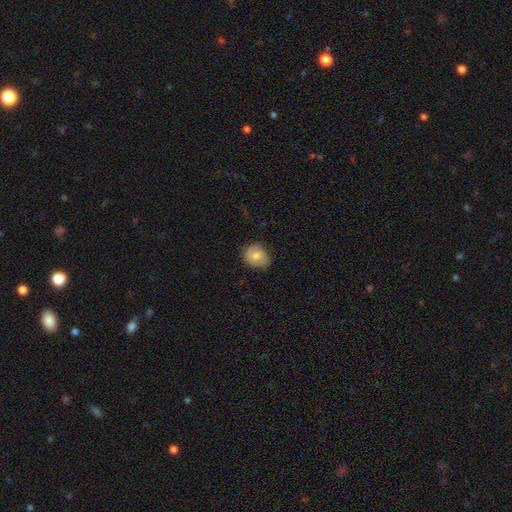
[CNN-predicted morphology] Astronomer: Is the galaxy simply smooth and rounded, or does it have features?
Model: smooth — 73%.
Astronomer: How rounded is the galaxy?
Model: round — 55% (runner-up: in between, 44%).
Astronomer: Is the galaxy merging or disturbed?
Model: none — 66%.